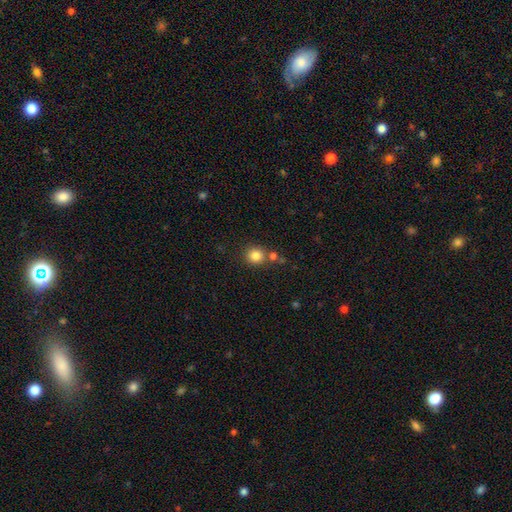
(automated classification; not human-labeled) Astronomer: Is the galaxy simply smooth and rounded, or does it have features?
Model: smooth — 83%.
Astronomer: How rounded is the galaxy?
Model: round — 88%.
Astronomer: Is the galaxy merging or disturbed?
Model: none — 73%.